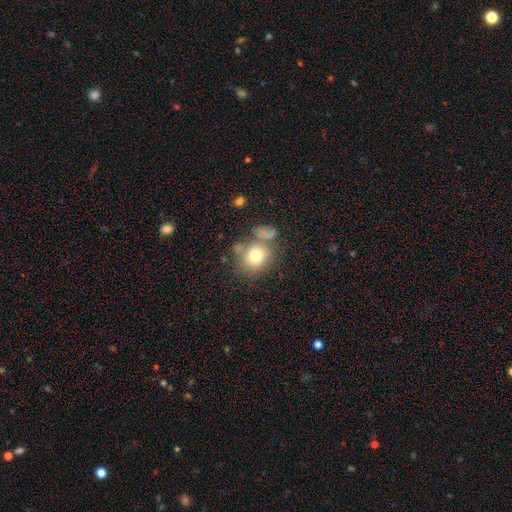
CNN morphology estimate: smooth-or-featured: smooth: 75% | featured or disk: 14% | star or artifact: 11%
  how-rounded: round: 74% | in between: 25% | cigar-shaped: 1%
  merging: none: 55% | merger: 21% | minor disturbance: 15% | major disturbance: 8%